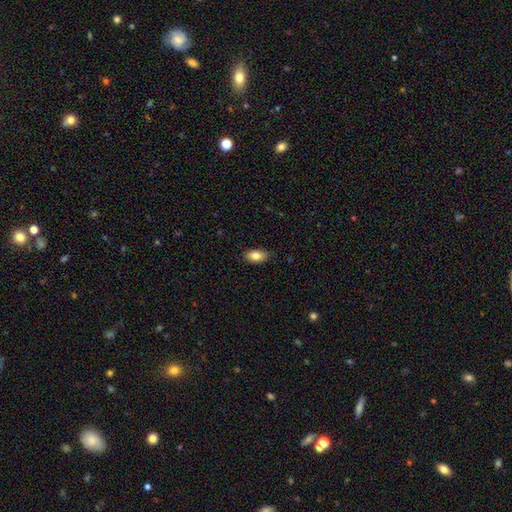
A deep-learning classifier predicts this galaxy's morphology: Smooth or featured: smooth — 84% (featured or disk — 8%)
How rounded: in between — 91% (round — 5%)
Merging: none — 83% (minor disturbance — 14%)